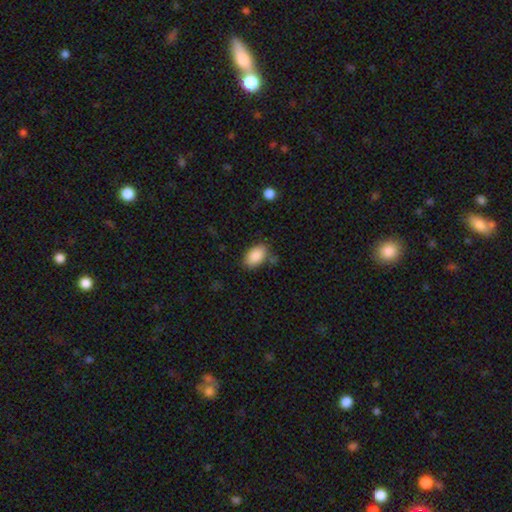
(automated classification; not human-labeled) This is clearly a smooth galaxy (88%). How rounded: clearly in between (93%). Merging: likely none (76%).